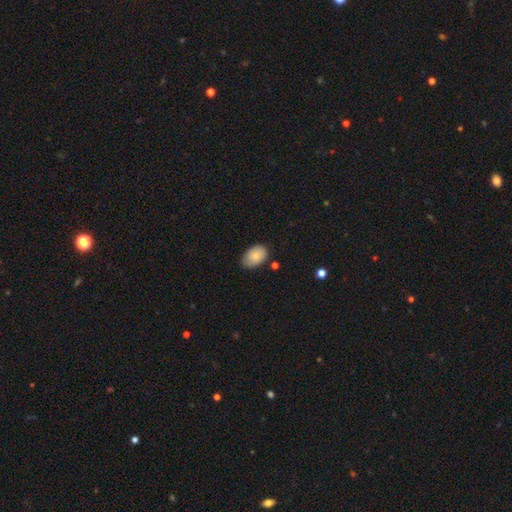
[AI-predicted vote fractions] smooth-or-featured: smooth: 79% | featured or disk: 14% | star or artifact: 7%
  how-rounded: in between: 86% | round: 13% | cigar-shaped: 1%
  merging: none: 68% | minor disturbance: 25% | major disturbance: 4% | merger: 3%